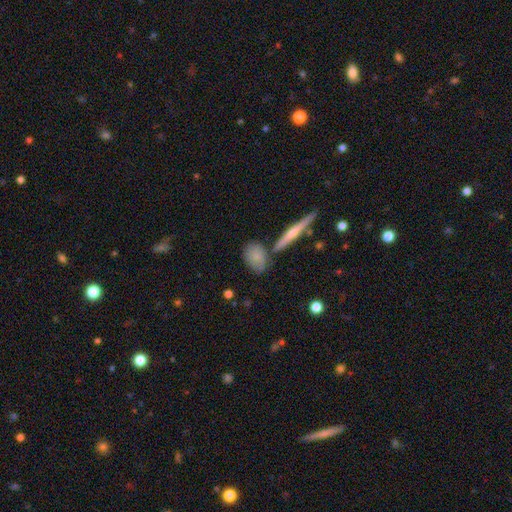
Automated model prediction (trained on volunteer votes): The model was most divided on "how rounded": in between: 67%, round: 24%, cigar-shaped: 9%. More confident: smooth or featured — smooth (76%); merging — none (61%).